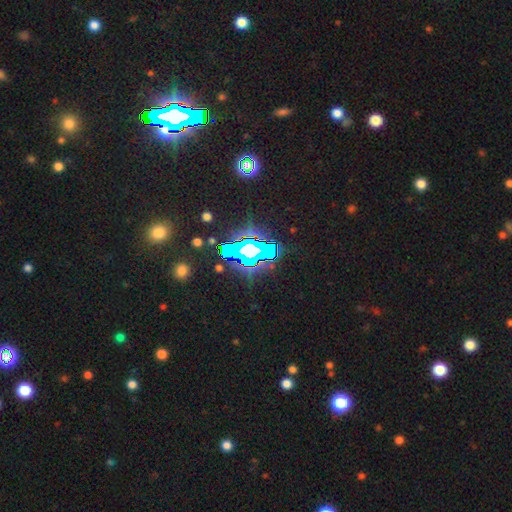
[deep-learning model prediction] Smooth or featured: star or artifact — 72% (featured or disk — 15%)